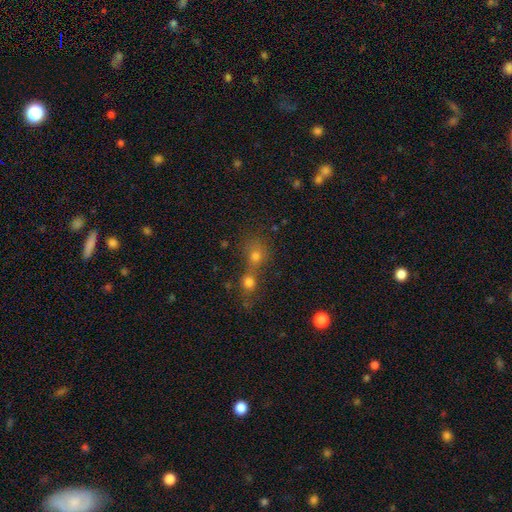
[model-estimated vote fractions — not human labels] Smooth or featured? smooth (73%)
How rounded? round (77%)
Merging? merger (57%)